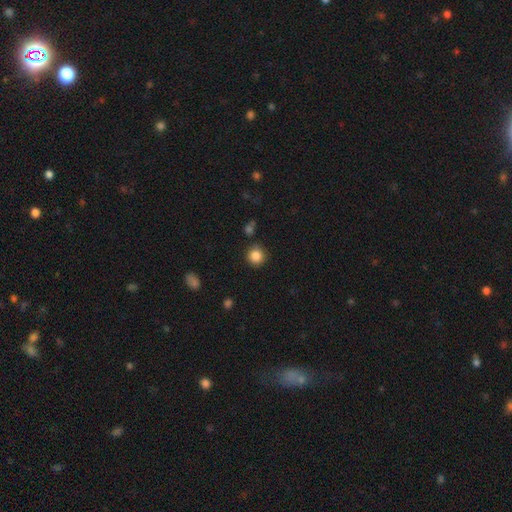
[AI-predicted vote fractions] Smooth or featured? Predicted: smooth (p=0.85). How rounded? Predicted: round (p=0.92). Merging? Predicted: none (p=0.85).